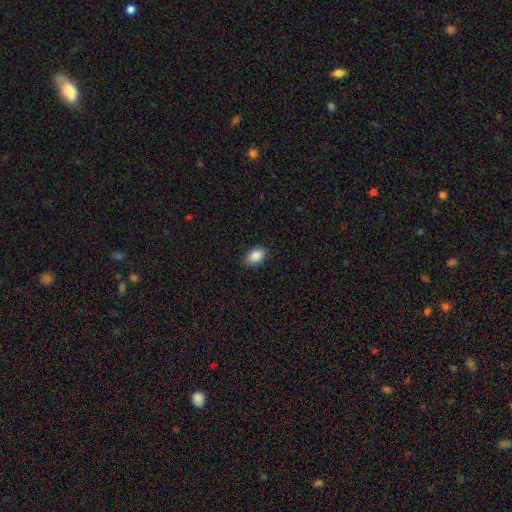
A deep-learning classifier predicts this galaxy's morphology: Smooth or featured?
  - smooth: 88% *
  - star or artifact: 8%
  - featured or disk: 4%
How rounded?
  - in between: 86% *
  - round: 12%
  - cigar-shaped: 1%
Merging?
  - none: 88% *
  - minor disturbance: 9%
  - major disturbance: 2%
  - merger: 1%